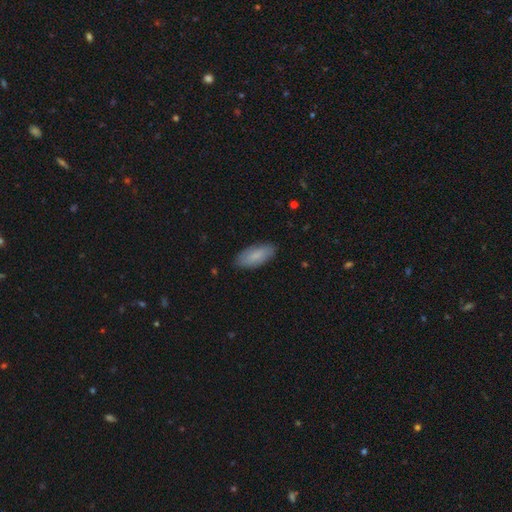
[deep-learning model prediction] Smooth or featured? smooth (79%)
How rounded? in between (84%)
Merging? none (84%)